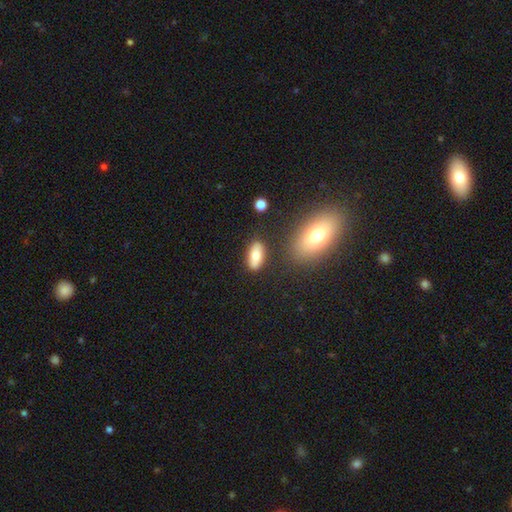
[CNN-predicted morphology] Overall: smooth (77%). How rounded: in between (86%). Merging: none (81%).